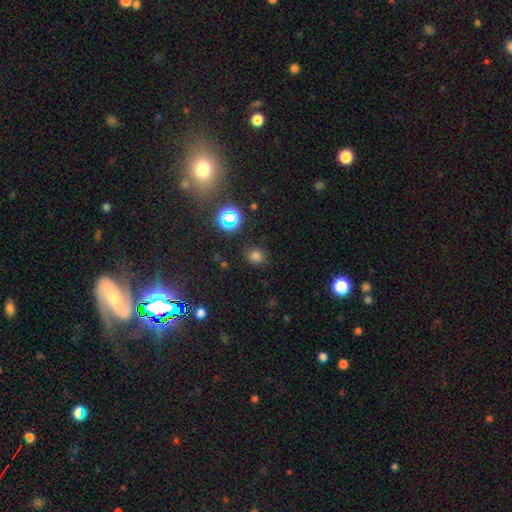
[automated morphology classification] Q: Smooth or featured?
A: smooth (73%); runner-up: star or artifact (22%)
Q: How rounded?
A: round (72%); runner-up: in between (27%)
Q: Merging?
A: none (86%); runner-up: minor disturbance (9%)